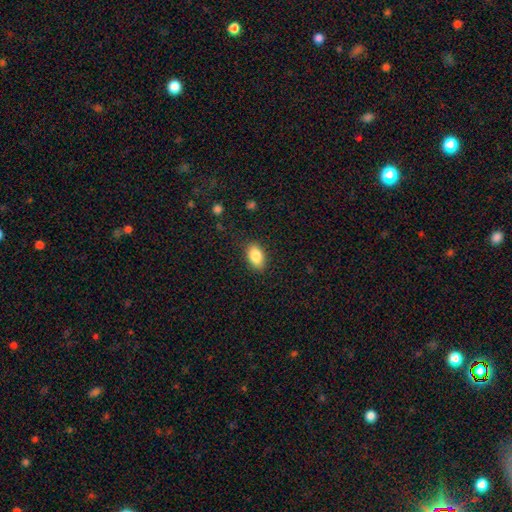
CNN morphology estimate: Overall: smooth (85%). How rounded: in between (90%). Merging: none (86%).